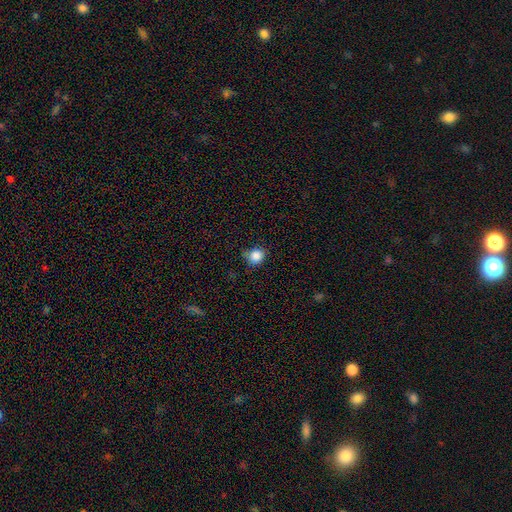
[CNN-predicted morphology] The model was most divided on "merging": none: 73%, minor disturbance: 21%, major disturbance: 4%, merger: 2%. More confident: smooth or featured — smooth (86%); how rounded — round (81%).